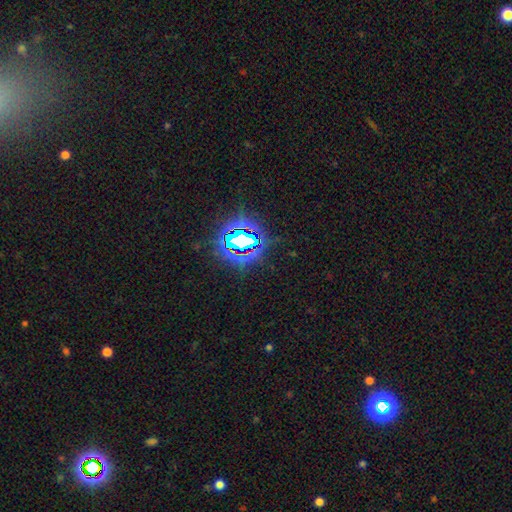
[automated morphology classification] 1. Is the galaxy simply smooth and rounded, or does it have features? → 82% star or artifact, 12% smooth, 7% featured or disk.